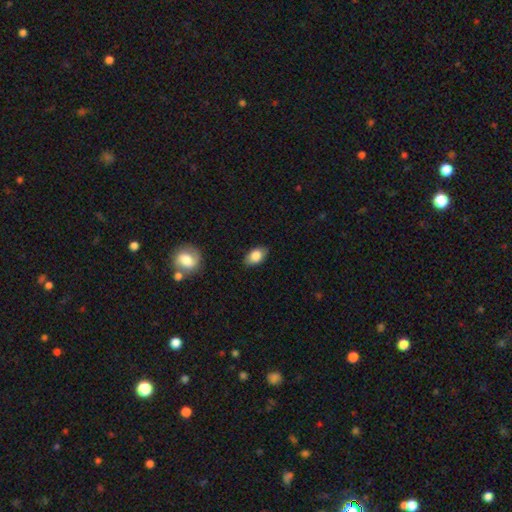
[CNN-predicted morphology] This appears to be a smooth galaxy with no disk features (82%) that is in between round and cigar-shaped (89%). Merging: none (84%).